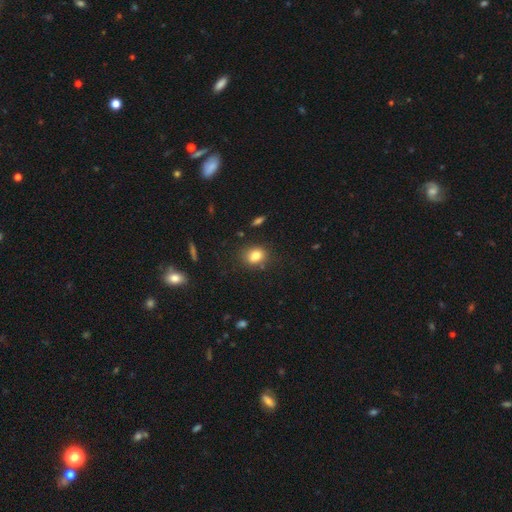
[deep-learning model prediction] This is clearly a smooth galaxy (80%). How rounded: possibly round (53%). Merging: likely none (79%).